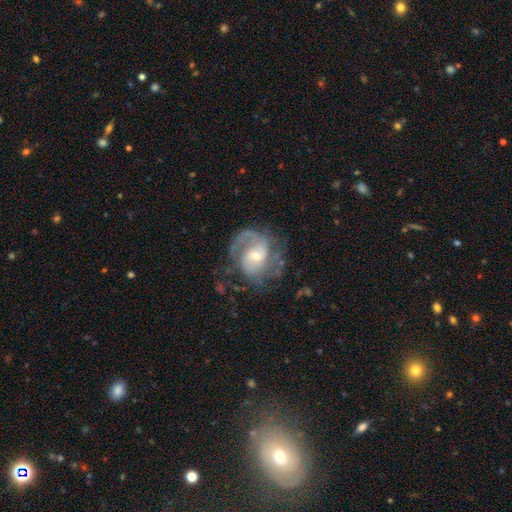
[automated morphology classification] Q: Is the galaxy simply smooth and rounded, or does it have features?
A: featured or disk — 85%.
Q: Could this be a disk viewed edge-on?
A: no — 98%.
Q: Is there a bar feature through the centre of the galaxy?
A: no — 46%.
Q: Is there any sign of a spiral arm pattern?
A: yes — 94%.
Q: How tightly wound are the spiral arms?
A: medium — 46%.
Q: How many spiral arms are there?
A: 2 — 51%.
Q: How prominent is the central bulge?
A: small — 47%, tied with moderate.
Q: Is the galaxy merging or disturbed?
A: none — 61%.